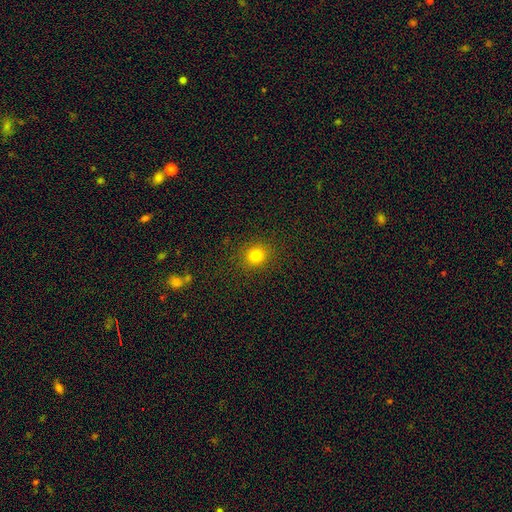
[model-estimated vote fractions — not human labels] smooth-or-featured: smooth: 80% | star or artifact: 14% | featured or disk: 6%
  how-rounded: round: 84% | in between: 15% | cigar-shaped: 1%
  merging: none: 89% | minor disturbance: 7% | major disturbance: 3% | merger: 1%